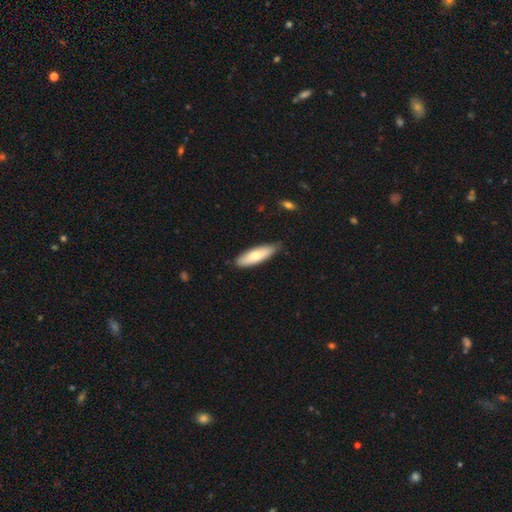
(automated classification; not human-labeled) Smooth or featured?
  - smooth: 71% *
  - featured or disk: 24%
  - star or artifact: 5%
How rounded?
  - cigar-shaped: 51% *
  - in between: 47%
  - round: 2%
Merging?
  - none: 83% *
  - minor disturbance: 14%
  - major disturbance: 2%
  - merger: 1%